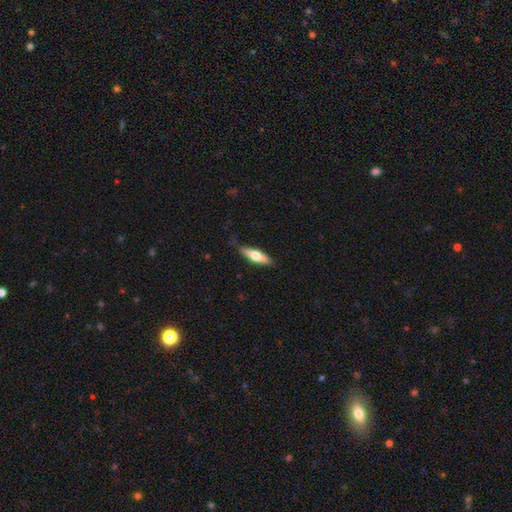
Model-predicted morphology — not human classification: smooth_or_featured: smooth (p=0.54) [alt: featured or disk p=0.41]
how_rounded: cigar-shaped (p=0.58) [alt: in between p=0.40]
merging: none (p=0.75) [alt: minor disturbance p=0.19]